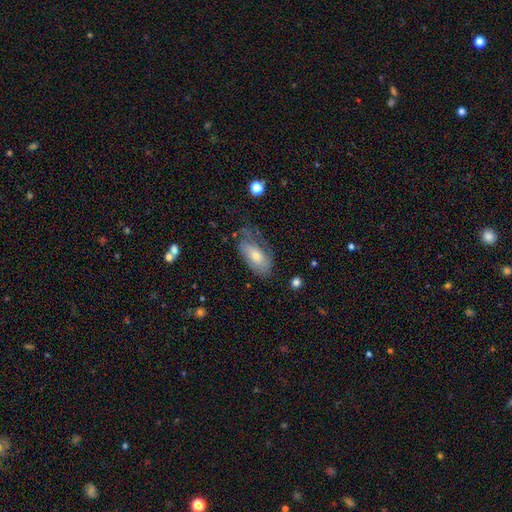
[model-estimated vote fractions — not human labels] smooth_or_featured: smooth (p=0.54) [alt: featured or disk p=0.38]
how_rounded: in between (p=0.88) [alt: cigar-shaped p=0.08]
merging: none (p=0.43) [alt: minor disturbance p=0.31]